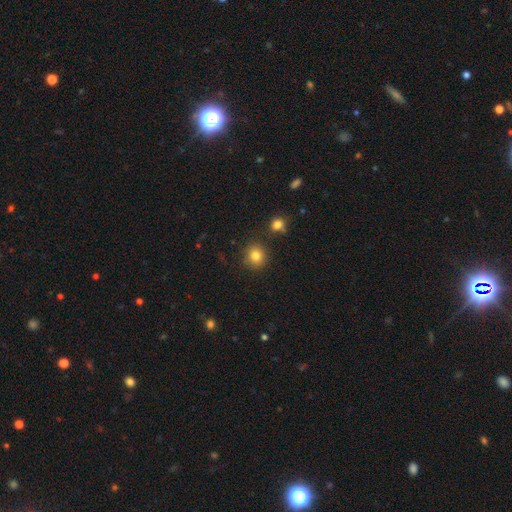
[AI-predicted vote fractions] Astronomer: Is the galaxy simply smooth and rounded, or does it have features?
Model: smooth — 82%.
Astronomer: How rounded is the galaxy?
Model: round — 89%.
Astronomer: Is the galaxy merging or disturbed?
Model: none — 86%.